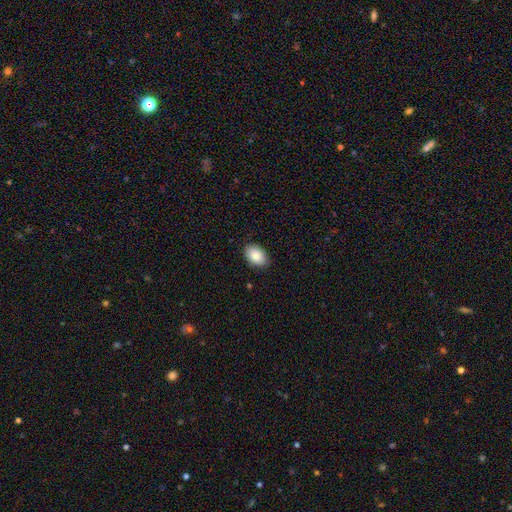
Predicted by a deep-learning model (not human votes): smooth_or_featured: smooth (p=0.88) [alt: star or artifact p=0.07]
how_rounded: in between (p=0.88) [alt: round p=0.11]
merging: none (p=0.87) [alt: minor disturbance p=0.10]